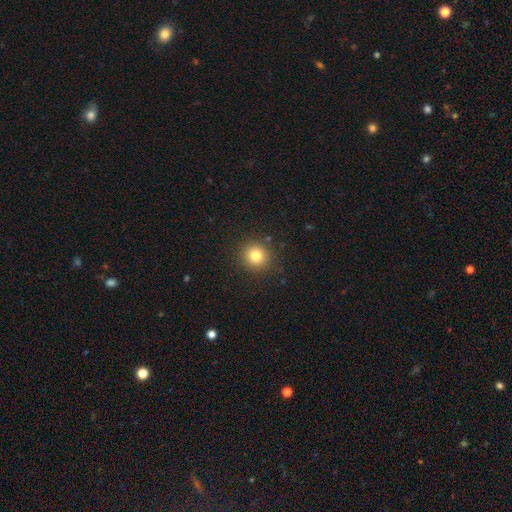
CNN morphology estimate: Smooth or featured? Predicted: smooth (p=0.80). How rounded? Predicted: round (p=0.90). Merging? Predicted: none (p=0.89).